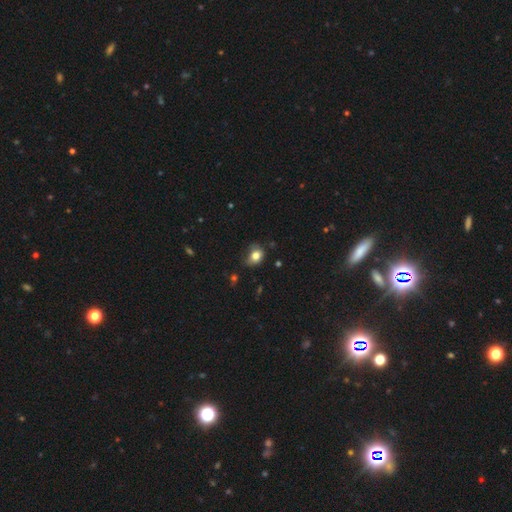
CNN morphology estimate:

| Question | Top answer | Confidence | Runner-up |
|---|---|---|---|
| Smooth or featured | smooth | 79% | featured or disk (11%) |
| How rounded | in between | 55% | round (44%) |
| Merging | none | 52% | minor disturbance (34%) |